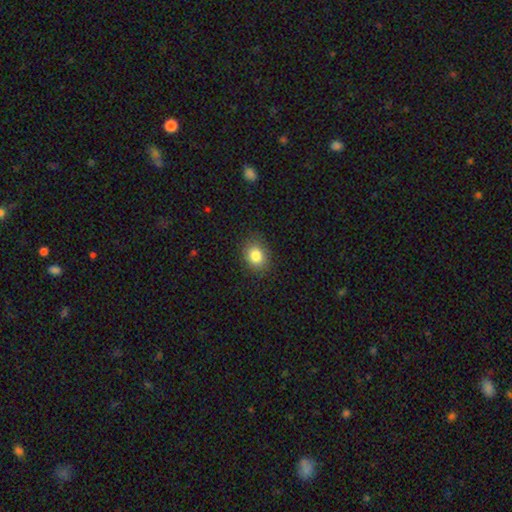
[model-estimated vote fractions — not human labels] Q: Smooth or featured?
A: smooth (84%); runner-up: star or artifact (10%)
Q: How rounded?
A: in between (54%); runner-up: round (46%)
Q: Merging?
A: none (85%); runner-up: minor disturbance (11%)